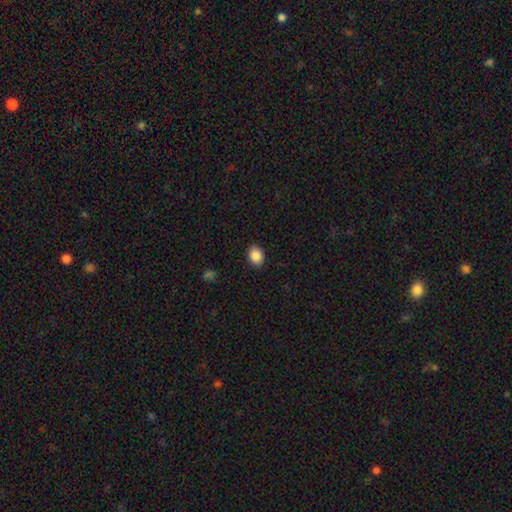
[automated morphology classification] smooth-or-featured: smooth: 88% | star or artifact: 8% | featured or disk: 4%
  how-rounded: in between: 62% | round: 37% | cigar-shaped: 1%
  merging: none: 89% | minor disturbance: 8% | major disturbance: 2% | merger: 1%